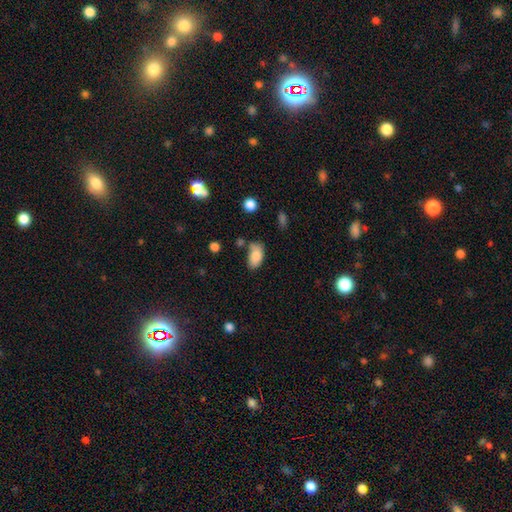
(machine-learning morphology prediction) Smooth or featured? Predicted: smooth (p=0.85). How rounded? Predicted: in between (p=0.93). Merging? Predicted: none (p=0.56).